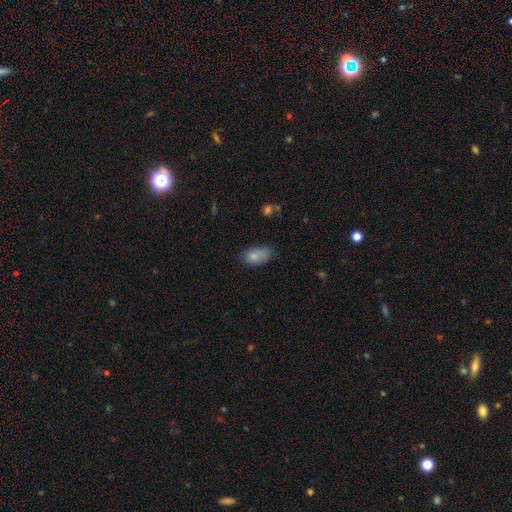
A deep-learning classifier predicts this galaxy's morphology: Smooth or featured?
  - smooth: 82% *
  - featured or disk: 9%
  - star or artifact: 9%
How rounded?
  - in between: 91% *
  - round: 5%
  - cigar-shaped: 3%
Merging?
  - none: 56% *
  - minor disturbance: 31%
  - major disturbance: 9%
  - merger: 4%